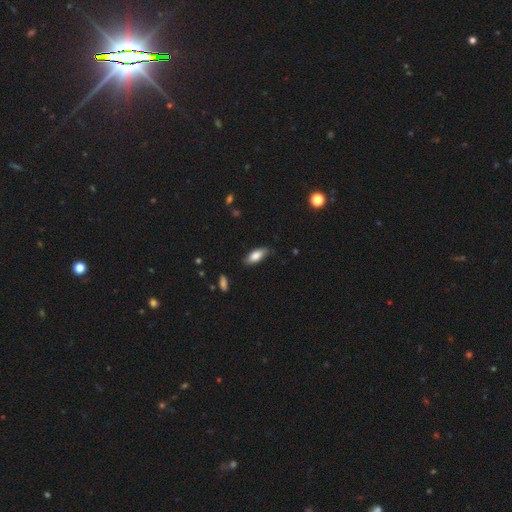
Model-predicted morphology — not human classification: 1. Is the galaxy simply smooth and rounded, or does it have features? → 83% smooth, 11% featured or disk, 6% star or artifact.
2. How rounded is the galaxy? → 82% in between, 15% cigar-shaped, 2% round.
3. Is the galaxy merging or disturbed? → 76% none, 19% minor disturbance, 3% major disturbance, 1% merger.